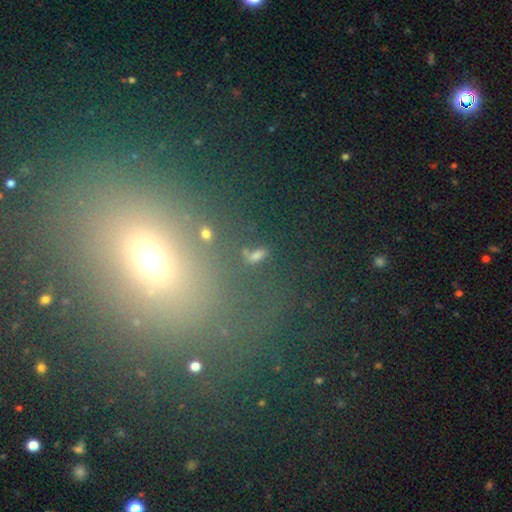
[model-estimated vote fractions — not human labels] The model was most divided on "smooth or featured": smooth: 46%, star or artifact: 39%, featured or disk: 15%. More confident: merging — none (68%).